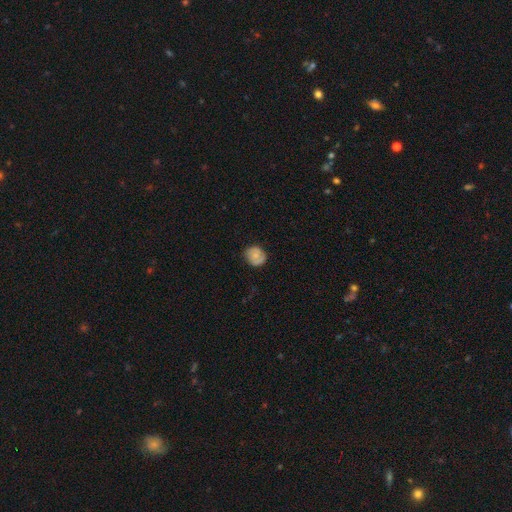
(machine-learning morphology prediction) smooth-or-featured: smooth: 60% | featured or disk: 33% | star or artifact: 8%
  how-rounded: round: 78% | in between: 21% | cigar-shaped: 1%
  merging: none: 77% | minor disturbance: 18% | major disturbance: 4% | merger: 1%